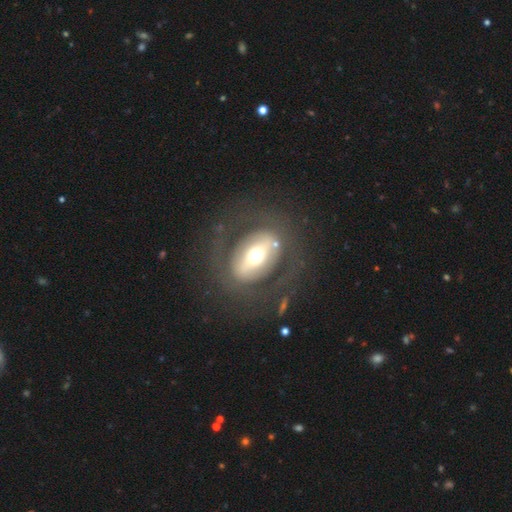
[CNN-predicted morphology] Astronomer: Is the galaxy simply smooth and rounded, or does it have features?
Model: featured or disk — 60%.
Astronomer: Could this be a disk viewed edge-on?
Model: no — 87%.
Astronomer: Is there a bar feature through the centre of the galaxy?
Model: strong — 52% (runner-up: no, 28%).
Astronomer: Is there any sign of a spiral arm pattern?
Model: no — 76%.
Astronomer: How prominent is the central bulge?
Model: moderate — 63%.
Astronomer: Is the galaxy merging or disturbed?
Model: none — 71%.